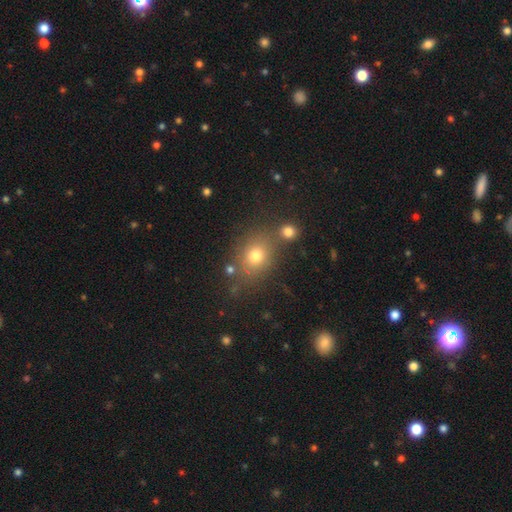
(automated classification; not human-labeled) smooth 73%, star or artifact 16%, featured or disk 11%. Down the decision tree: how rounded — round (57%); merging — none (68%).